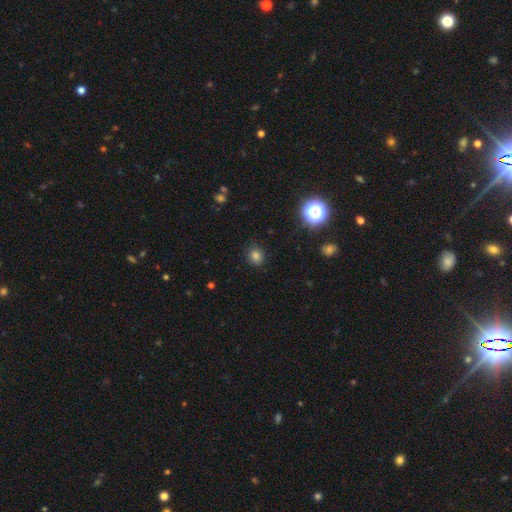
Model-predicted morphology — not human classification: This is likely a smooth galaxy (78%). How rounded: likely round (69%). Merging: clearly none (87%).